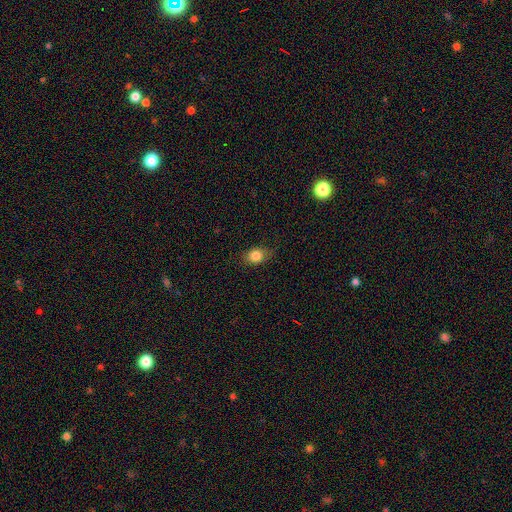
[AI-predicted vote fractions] Q: Smooth or featured?
A: smooth (83%); runner-up: star or artifact (10%)
Q: How rounded?
A: in between (52%); runner-up: round (46%)
Q: Merging?
A: none (78%); runner-up: minor disturbance (17%)